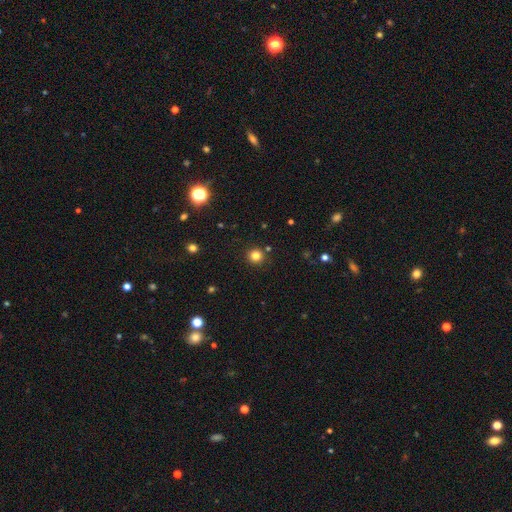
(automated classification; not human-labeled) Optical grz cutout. It shows a smooth galaxy with no disk features (81%) that is round (95%). Merging: none (90%).